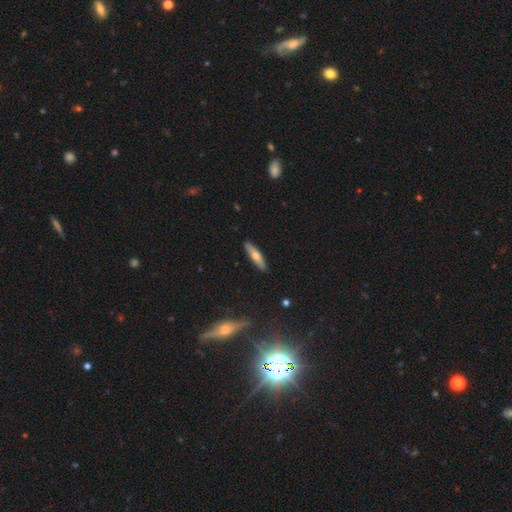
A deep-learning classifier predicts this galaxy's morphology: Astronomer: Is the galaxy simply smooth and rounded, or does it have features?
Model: smooth — 54% (runner-up: featured or disk, 40%).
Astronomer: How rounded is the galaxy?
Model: cigar-shaped — 77%.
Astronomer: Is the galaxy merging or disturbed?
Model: none — 90%.